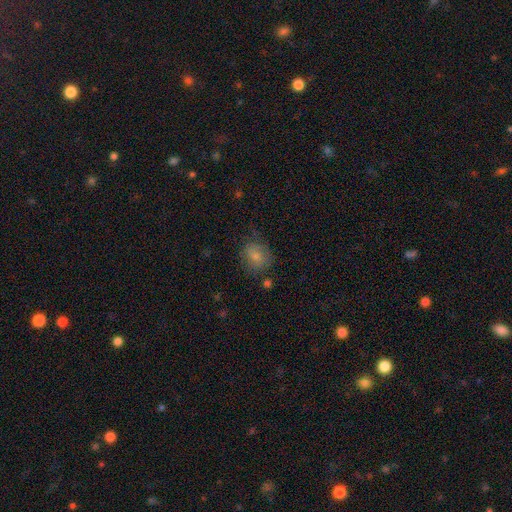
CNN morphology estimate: Smooth or featured: smooth — 76% (featured or disk — 15%)
How rounded: round — 65% (in between — 34%)
Merging: none — 66% (minor disturbance — 22%)